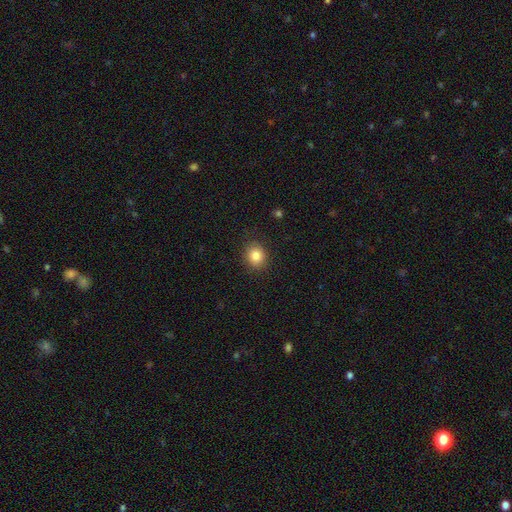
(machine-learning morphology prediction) Overall: smooth (84%). How rounded: round (78%). Merging: none (89%).